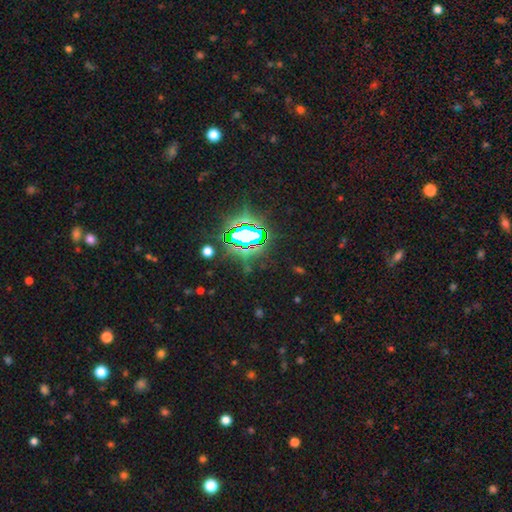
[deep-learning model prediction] A star or artifact, not a galaxy (83%).